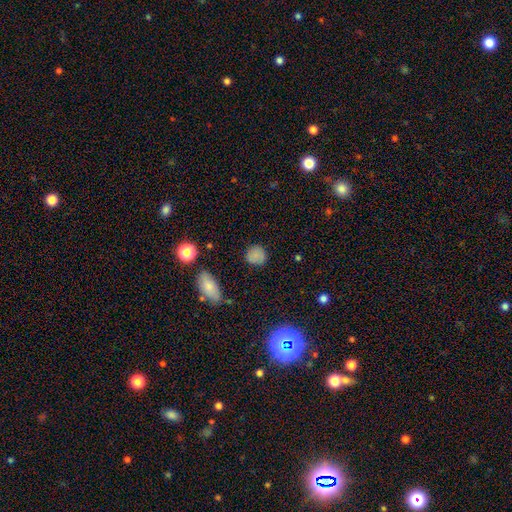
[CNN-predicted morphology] Q: Smooth or featured?
A: smooth (81%); runner-up: star or artifact (13%)
Q: How rounded?
A: round (83%); runner-up: in between (16%)
Q: Merging?
A: none (82%); runner-up: minor disturbance (13%)